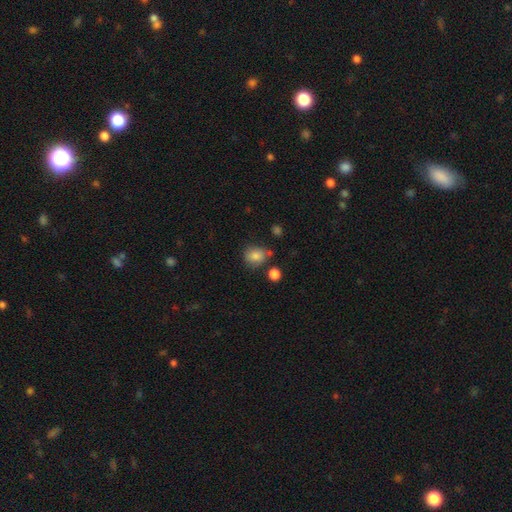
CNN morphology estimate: The model was most divided on "how rounded": round: 69%, in between: 30%, cigar-shaped: 1%. More confident: smooth or featured — smooth (82%); merging — none (69%).